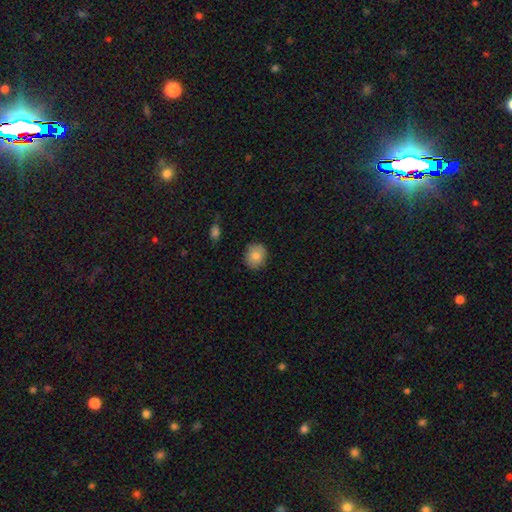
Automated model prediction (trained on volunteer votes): smooth_or_featured: smooth (p=0.82) [alt: featured or disk p=0.10]
how_rounded: round (p=0.74) [alt: in between p=0.25]
merging: none (p=0.84) [alt: minor disturbance p=0.12]